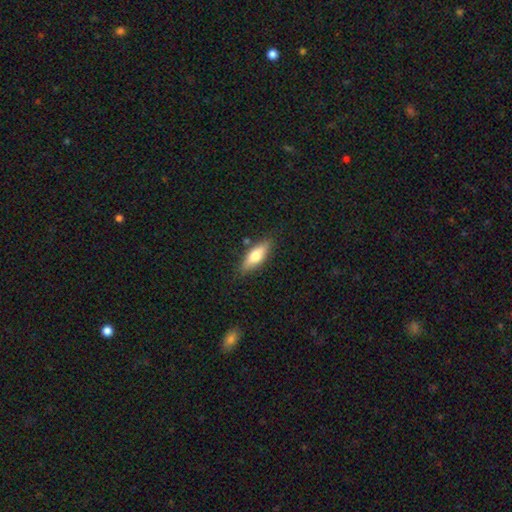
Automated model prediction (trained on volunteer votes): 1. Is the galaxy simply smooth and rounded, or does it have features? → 59% smooth, 34% featured or disk, 6% star or artifact.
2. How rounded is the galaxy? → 56% in between, 41% cigar-shaped, 3% round.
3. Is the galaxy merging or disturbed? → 83% none, 12% minor disturbance, 3% merger, 2% major disturbance.